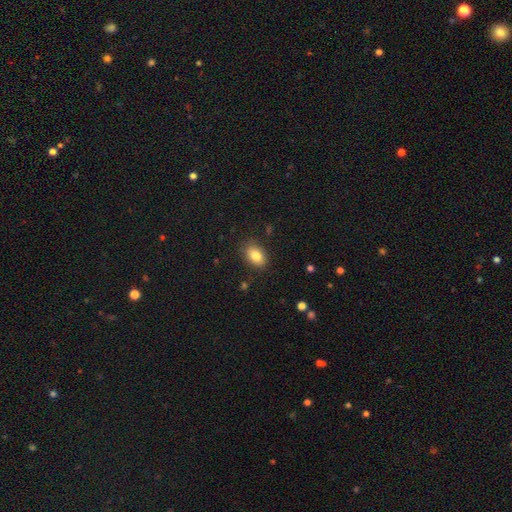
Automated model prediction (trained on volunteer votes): This is clearly a smooth galaxy (83%). How rounded: clearly in between (84%). Merging: clearly none (85%).